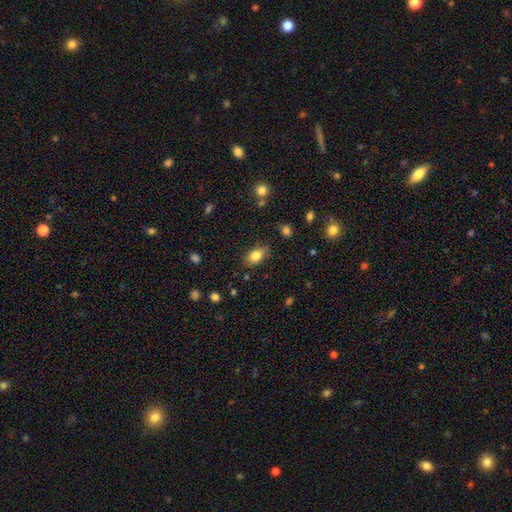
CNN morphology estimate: Smooth or featured: smooth — 81% (featured or disk — 10%)
How rounded: in between — 86% (round — 11%)
Merging: none — 80% (minor disturbance — 15%)